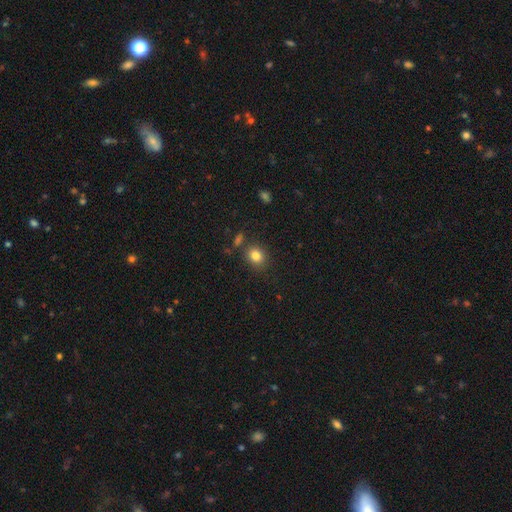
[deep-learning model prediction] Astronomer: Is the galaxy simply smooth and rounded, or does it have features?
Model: smooth — 83%.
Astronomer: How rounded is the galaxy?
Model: round — 63%.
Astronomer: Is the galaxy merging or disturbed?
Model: none — 80%.